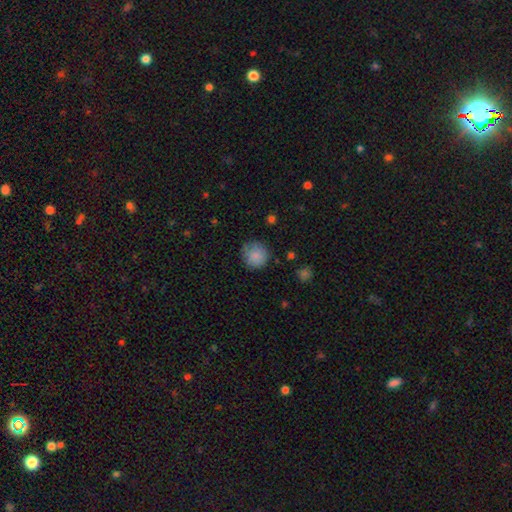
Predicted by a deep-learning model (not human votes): smooth-or-featured: smooth: 84% | star or artifact: 8% | featured or disk: 8%
  how-rounded: round: 92% | in between: 7% | cigar-shaped: 1%
  merging: none: 75% | minor disturbance: 18% | major disturbance: 5% | merger: 2%